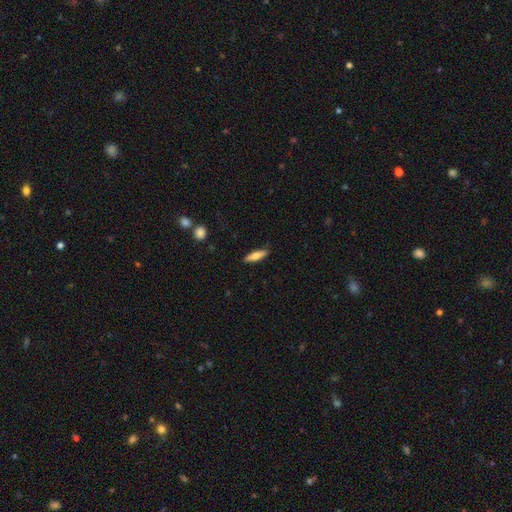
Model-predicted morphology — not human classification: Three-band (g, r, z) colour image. It shows a smooth galaxy with no disk features (61%) that is cigar-shaped (68%). Merging: none (88%).